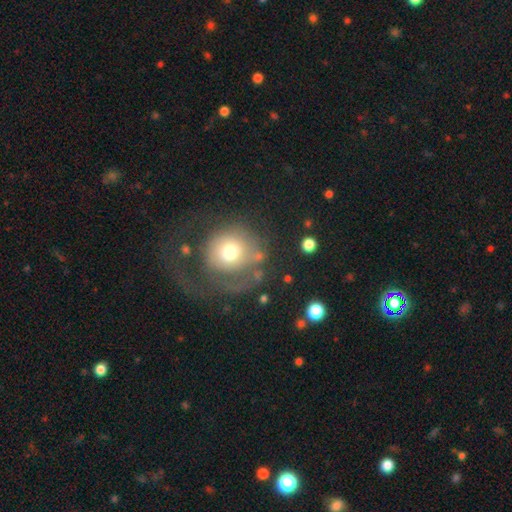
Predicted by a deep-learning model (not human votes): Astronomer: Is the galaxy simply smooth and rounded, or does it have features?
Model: smooth — 54% (runner-up: featured or disk, 36%).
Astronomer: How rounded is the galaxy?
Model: round — 87%.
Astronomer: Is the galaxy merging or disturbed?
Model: major disturbance — 45% (runner-up: none, 35%).